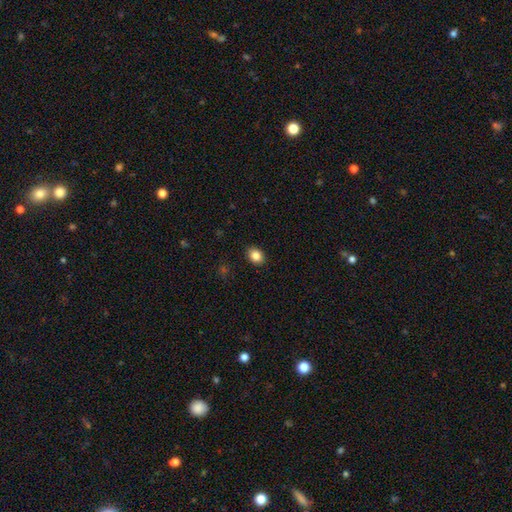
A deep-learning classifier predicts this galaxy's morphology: smooth 85%, star or artifact 10%, featured or disk 5%. Down the decision tree: how rounded — in between (52%); merging — none (89%).